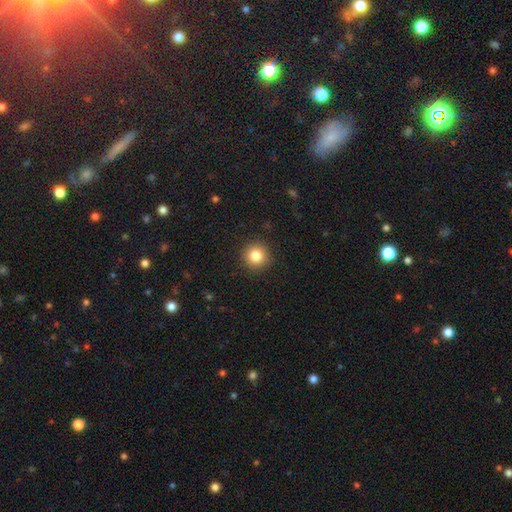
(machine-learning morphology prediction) Smooth or featured: smooth — 83% (star or artifact — 11%)
How rounded: round — 95% (in between — 4%)
Merging: none — 91% (minor disturbance — 6%)